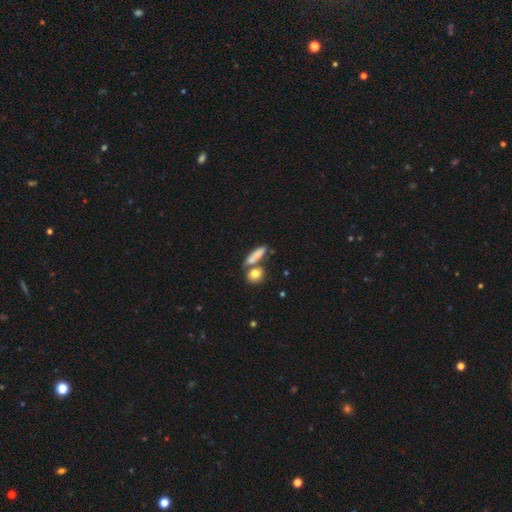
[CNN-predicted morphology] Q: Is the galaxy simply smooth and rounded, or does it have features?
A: smooth — 78%.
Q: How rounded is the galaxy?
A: cigar-shaped — 45%.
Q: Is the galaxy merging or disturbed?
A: none — 52%.